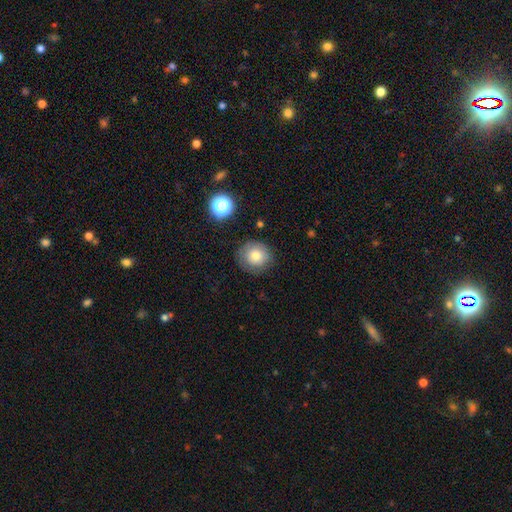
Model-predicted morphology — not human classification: Smooth or featured? smooth (79%)
How rounded? round (90%)
Merging? none (82%)